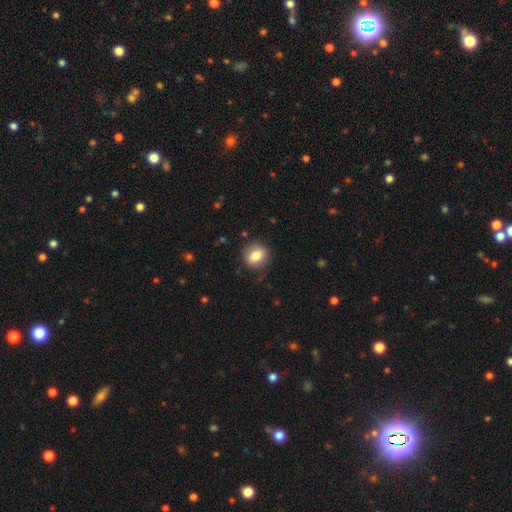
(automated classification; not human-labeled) A smooth galaxy with no disk features (83%) that is round (69%). Merging: none (84%).